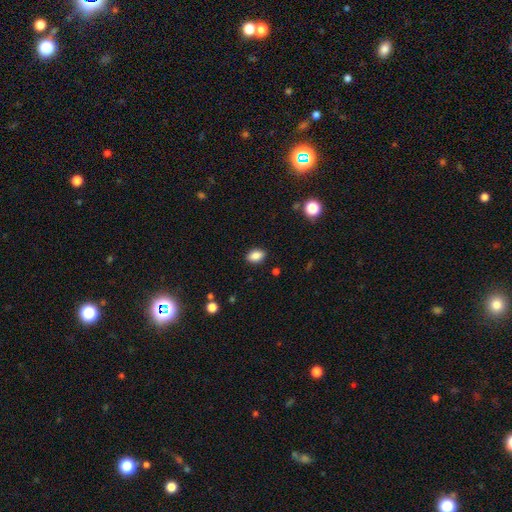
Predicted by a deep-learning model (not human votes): Smooth or featured? Predicted: smooth (p=0.86). How rounded? Predicted: in between (p=0.85). Merging? Predicted: none (p=0.88).